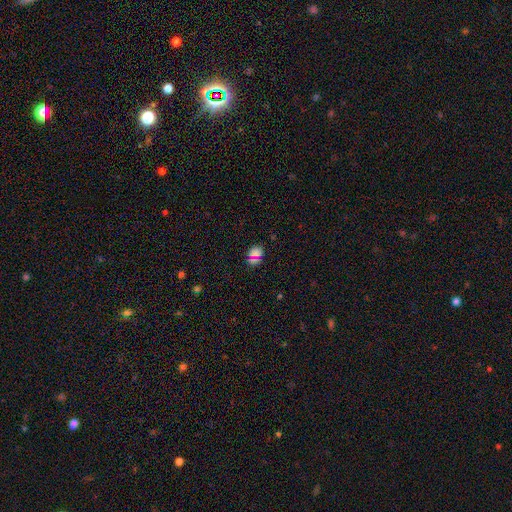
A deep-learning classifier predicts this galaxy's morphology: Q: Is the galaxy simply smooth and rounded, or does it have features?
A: smooth — 67%.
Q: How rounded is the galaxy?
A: round — 52%.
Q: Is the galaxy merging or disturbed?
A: none — 83%.